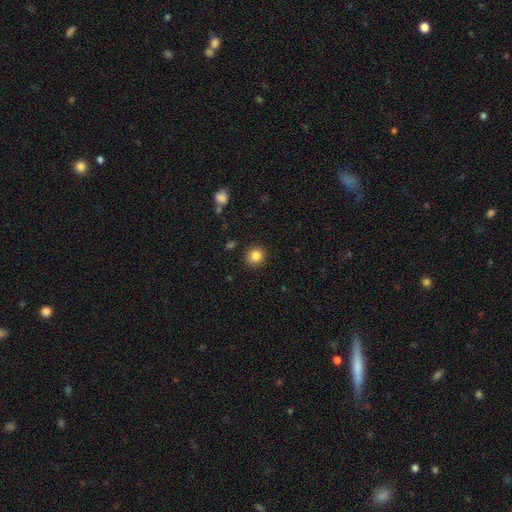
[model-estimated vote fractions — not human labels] Smooth or featured? Predicted: smooth (p=0.84). How rounded? Predicted: round (p=0.87). Merging? Predicted: none (p=0.89).